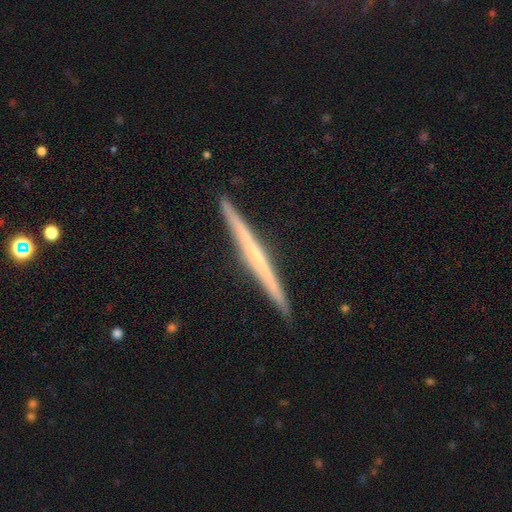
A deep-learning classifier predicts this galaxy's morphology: Smooth or featured? Predicted: featured or disk (p=0.64). Edge-on disk? Predicted: yes (p=0.98). Edge-on bulge? Predicted: none (p=0.77). Merging? Predicted: none (p=0.92).